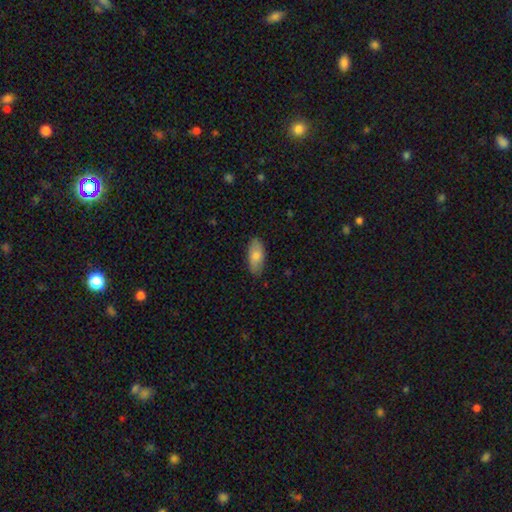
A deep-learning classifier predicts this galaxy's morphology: Q: Smooth or featured?
A: smooth (77%); runner-up: featured or disk (16%)
Q: How rounded?
A: in between (88%); runner-up: cigar-shaped (10%)
Q: Merging?
A: none (85%); runner-up: minor disturbance (12%)